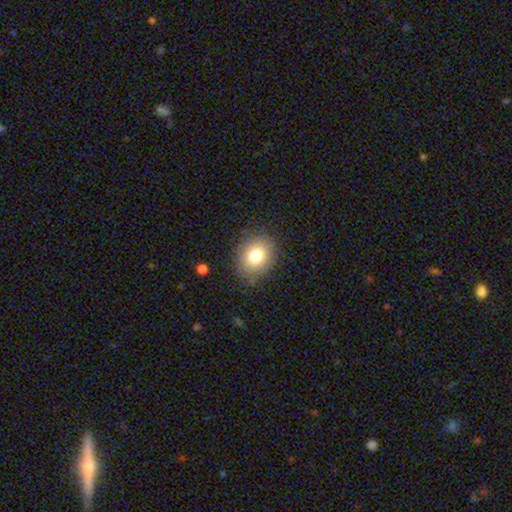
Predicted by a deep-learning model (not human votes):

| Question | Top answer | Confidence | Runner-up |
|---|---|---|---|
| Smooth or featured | smooth | 79% | star or artifact (11%) |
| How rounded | round | 64% | in between (35%) |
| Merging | none | 85% | minor disturbance (11%) |